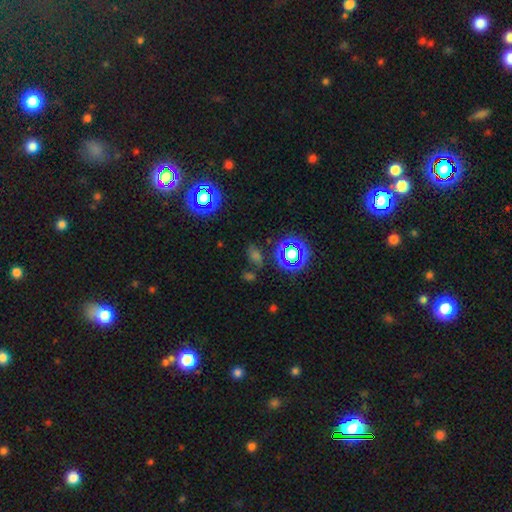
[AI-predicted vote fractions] Smooth or featured? star or artifact (45%)